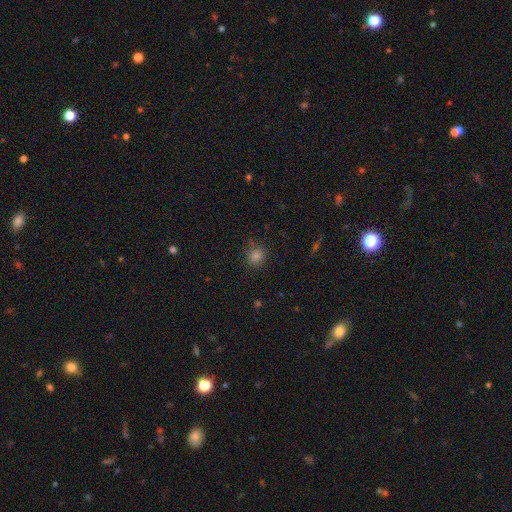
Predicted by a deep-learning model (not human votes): smooth_or_featured: smooth (p=0.78) [alt: star or artifact p=0.17]
how_rounded: round (p=0.88) [alt: in between p=0.10]
merging: none (p=0.85) [alt: minor disturbance p=0.10]